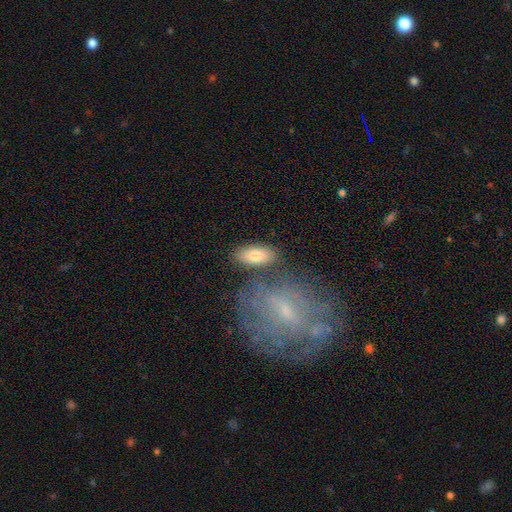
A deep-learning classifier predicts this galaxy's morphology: Smooth or featured? smooth (75%)
How rounded? in between (85%)
Merging? none (72%)